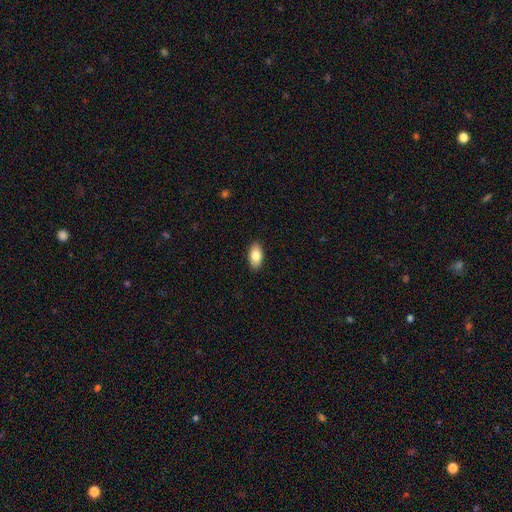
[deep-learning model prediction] Smooth or featured? smooth (82%)
How rounded? in between (93%)
Merging? none (90%)